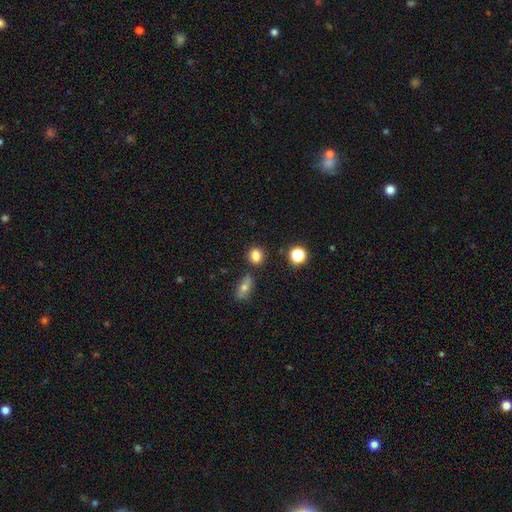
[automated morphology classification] Smooth or featured? Predicted: smooth (p=0.81). How rounded? Predicted: round (p=0.76). Merging? Predicted: none (p=0.82).